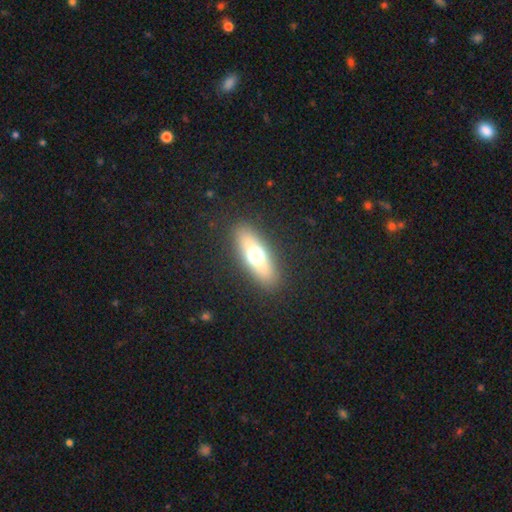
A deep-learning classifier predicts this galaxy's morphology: A smooth galaxy with no disk features (54%) that is in between round and cigar-shaped (55%). Merging: none (87%).